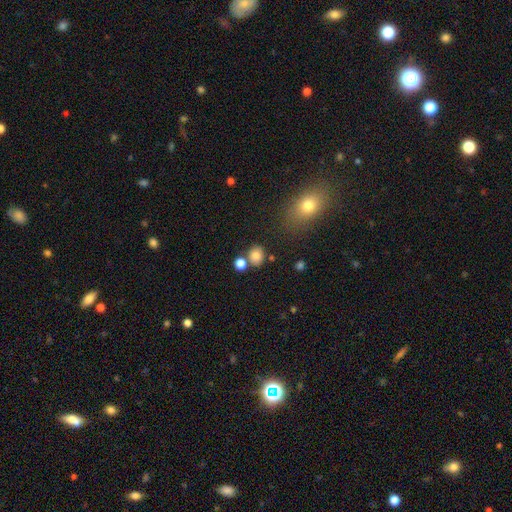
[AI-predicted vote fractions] Smooth or featured? Predicted: smooth (p=0.81). How rounded? Predicted: round (p=0.68). Merging? Predicted: none (p=0.69).